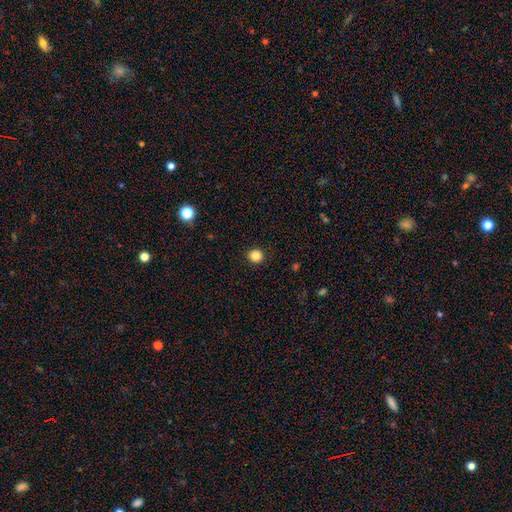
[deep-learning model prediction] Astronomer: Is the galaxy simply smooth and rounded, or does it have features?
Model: smooth — 85%.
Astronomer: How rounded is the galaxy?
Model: round — 93%.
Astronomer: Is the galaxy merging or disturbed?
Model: none — 93%.